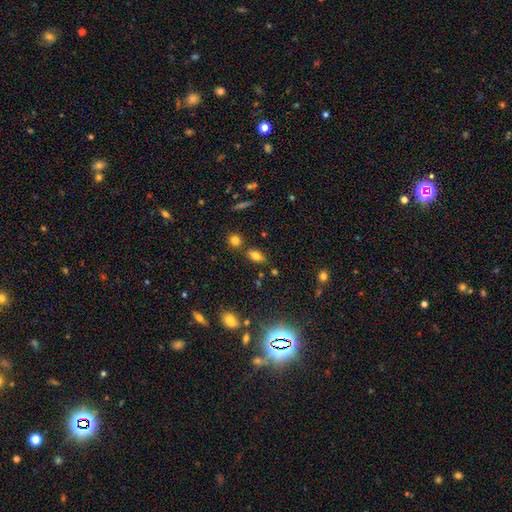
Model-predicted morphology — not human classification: Smooth or featured? Predicted: smooth (p=0.76). How rounded? Predicted: in between (p=0.85). Merging? Predicted: none (p=0.75).